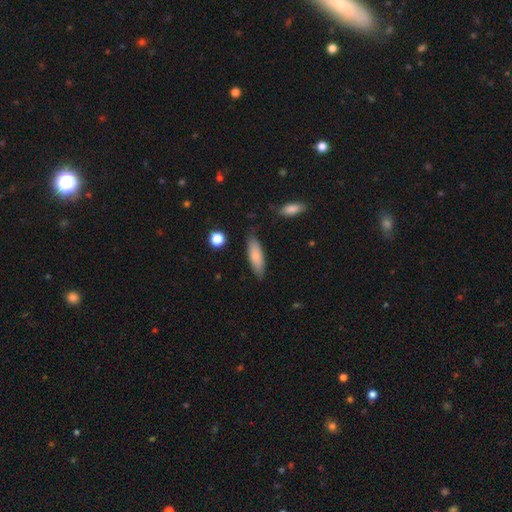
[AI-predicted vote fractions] This appears to be a smooth galaxy with no disk features (80%) that is in between round and cigar-shaped (52%). Merging: none (83%).